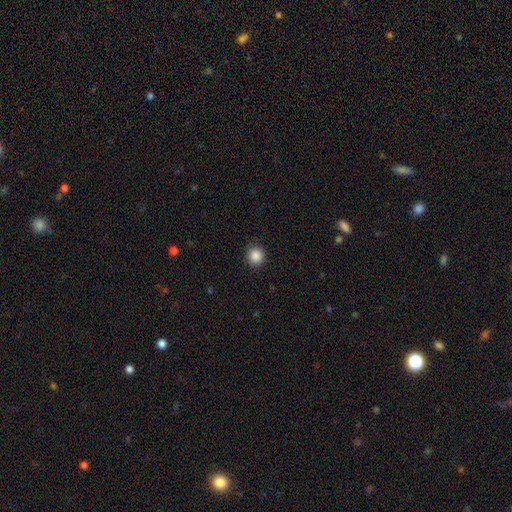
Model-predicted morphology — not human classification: A smooth galaxy with no disk features (87%) that is round (88%). Merging: none (89%).